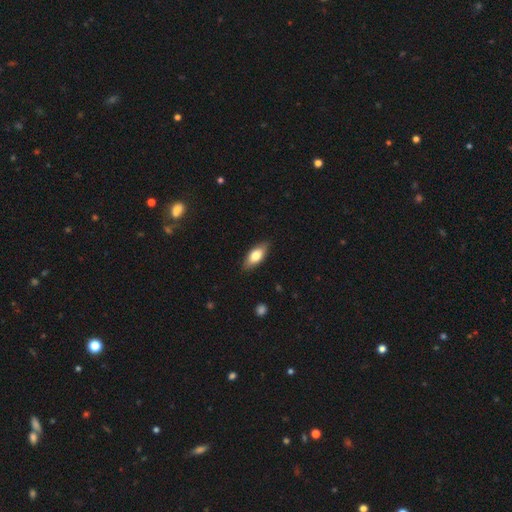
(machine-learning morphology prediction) type=smooth (74%); roundness=in between (83%); merging=none (86%).